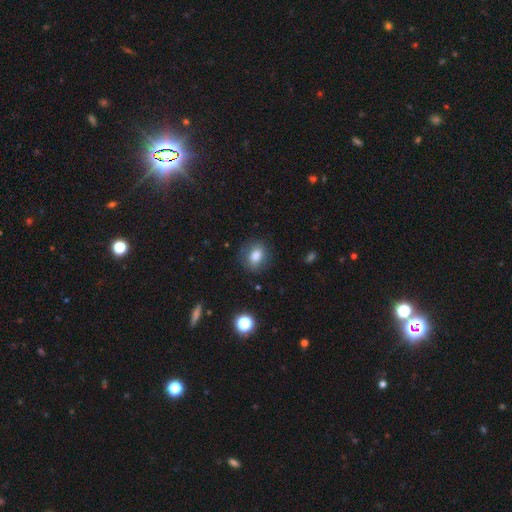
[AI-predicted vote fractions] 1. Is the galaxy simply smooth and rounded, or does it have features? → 81% smooth, 10% star or artifact, 9% featured or disk.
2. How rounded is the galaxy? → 56% round, 42% in between, 1% cigar-shaped.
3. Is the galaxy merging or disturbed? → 81% none, 14% minor disturbance, 4% major disturbance, 1% merger.